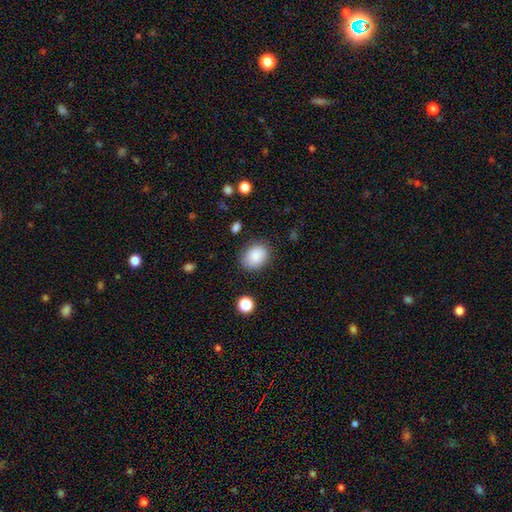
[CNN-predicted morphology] Q: Smooth or featured?
A: smooth (87%); runner-up: star or artifact (8%)
Q: How rounded?
A: in between (56%); runner-up: round (43%)
Q: Merging?
A: none (82%); runner-up: minor disturbance (12%)